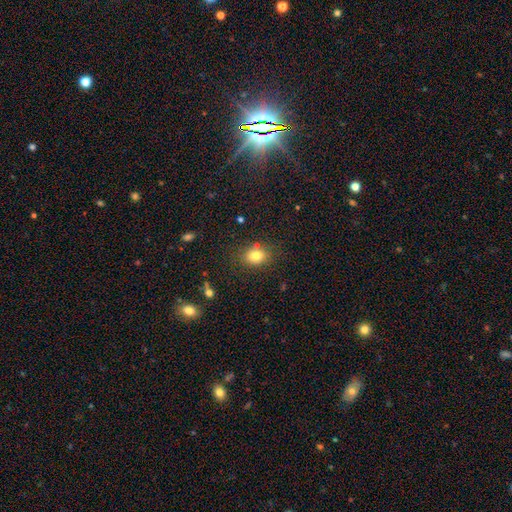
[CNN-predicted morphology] Q: Smooth or featured?
A: smooth (78%); runner-up: star or artifact (12%)
Q: How rounded?
A: in between (55%); runner-up: round (44%)
Q: Merging?
A: none (78%); runner-up: minor disturbance (12%)